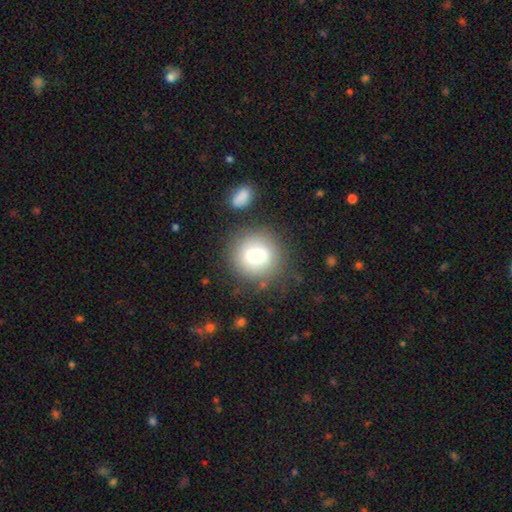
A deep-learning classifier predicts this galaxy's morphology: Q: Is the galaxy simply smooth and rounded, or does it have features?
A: smooth — 73%.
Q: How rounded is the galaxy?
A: round — 87%.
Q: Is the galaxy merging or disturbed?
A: none — 78%.